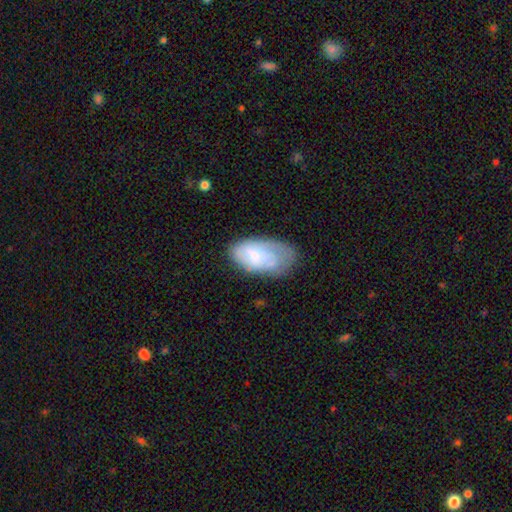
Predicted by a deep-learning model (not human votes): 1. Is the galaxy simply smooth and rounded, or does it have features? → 59% smooth, 34% featured or disk, 7% star or artifact.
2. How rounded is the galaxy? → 94% in between, 4% round, 3% cigar-shaped.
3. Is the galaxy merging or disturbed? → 46% none, 35% minor disturbance, 16% major disturbance, 3% merger.